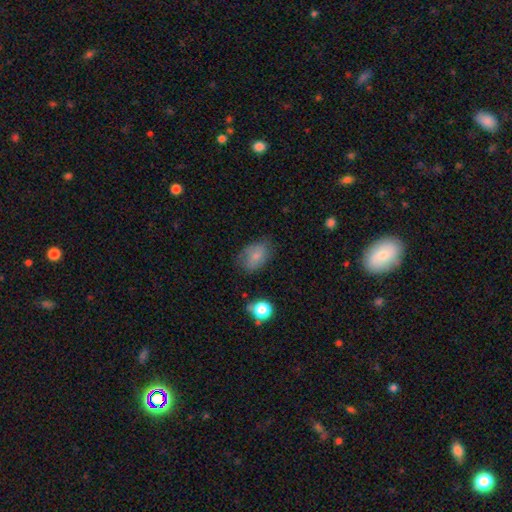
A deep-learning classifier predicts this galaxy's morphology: Smooth or featured? smooth (71%)
How rounded? in between (82%)
Merging? none (63%)